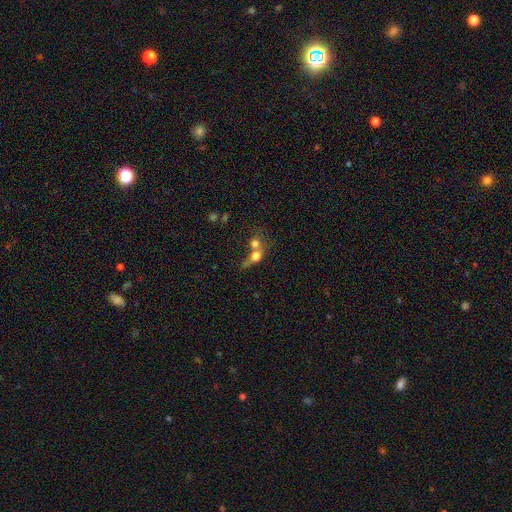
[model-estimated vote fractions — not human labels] Smooth or featured?
  - smooth: 67% *
  - featured or disk: 22%
  - star or artifact: 12%
How rounded?
  - round: 57% *
  - in between: 36%
  - cigar-shaped: 7%
Merging?
  - merger: 66% *
  - none: 20%
  - major disturbance: 7%
  - minor disturbance: 7%